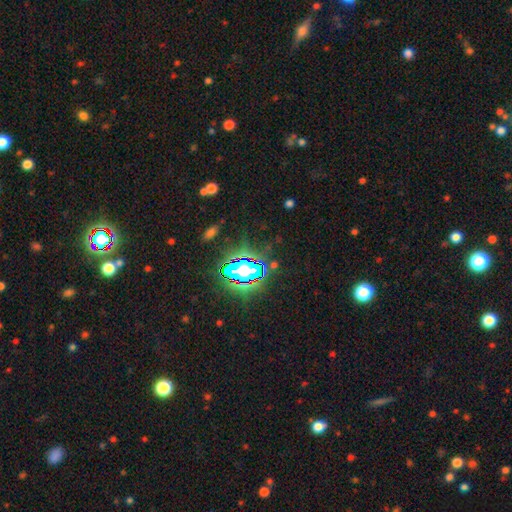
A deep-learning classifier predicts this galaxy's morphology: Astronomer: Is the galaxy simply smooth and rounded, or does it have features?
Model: star or artifact — 84%.